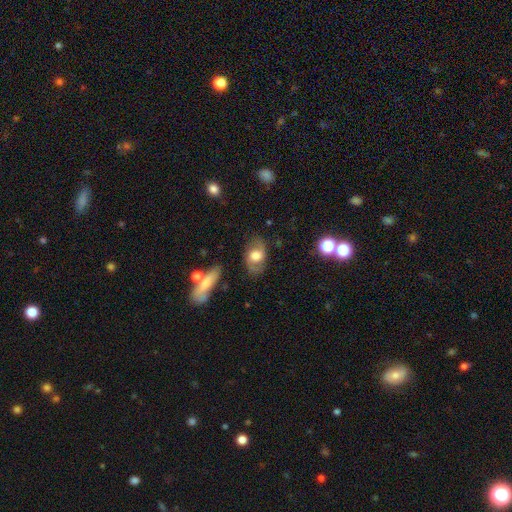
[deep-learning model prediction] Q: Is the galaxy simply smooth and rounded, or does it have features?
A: featured or disk — 50%.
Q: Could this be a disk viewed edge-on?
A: no — 91%.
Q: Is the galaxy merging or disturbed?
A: none — 73%.